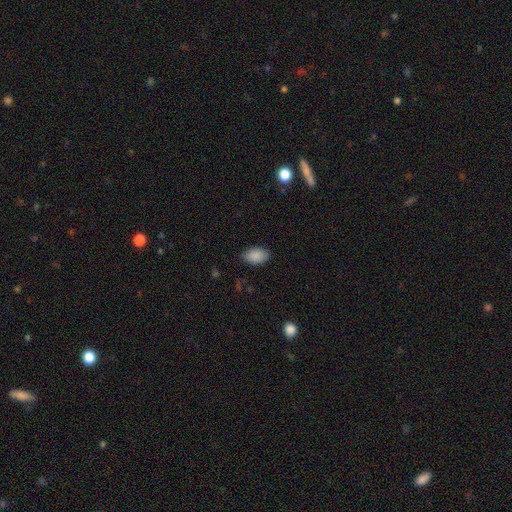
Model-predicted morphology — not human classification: The model was most divided on "merging": none: 84%, minor disturbance: 12%, major disturbance: 3%, merger: 1%. More confident: how rounded — in between (91%); smooth or featured — smooth (89%).